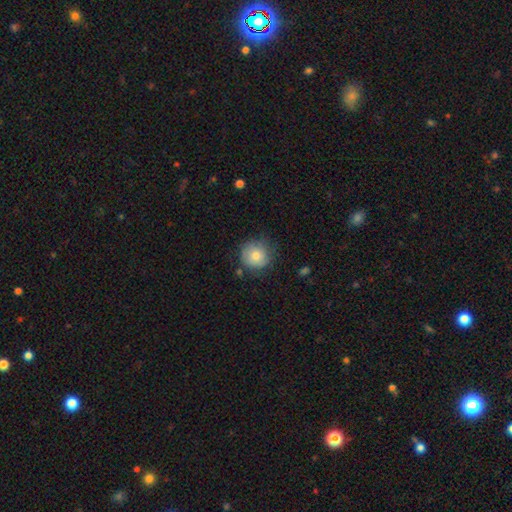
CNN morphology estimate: A smooth galaxy with no disk features (75%) that is round (92%). Merging: none (70%).